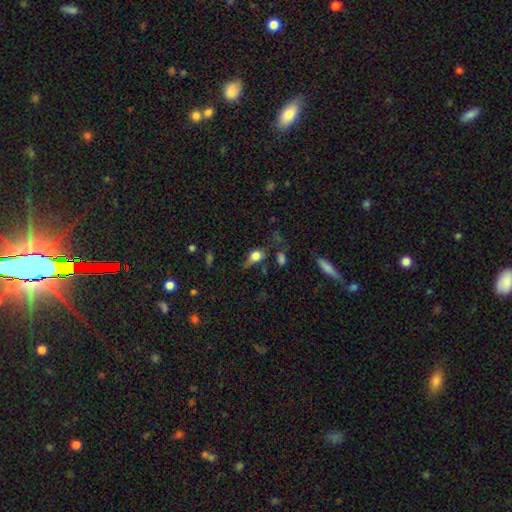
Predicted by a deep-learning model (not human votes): Smooth or featured: smooth — 72% (featured or disk — 17%)
How rounded: in between — 67% (round — 27%)
Merging: none — 45% (minor disturbance — 32%)